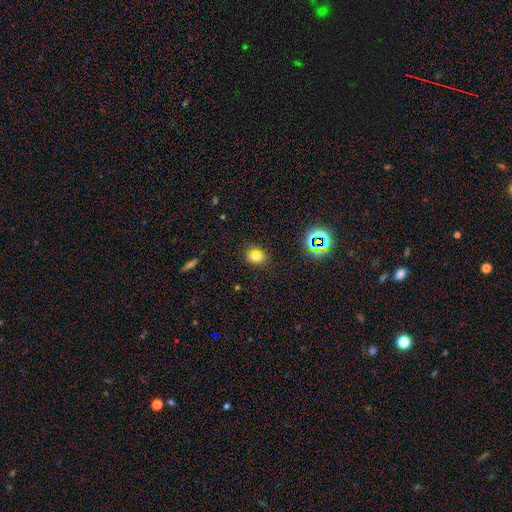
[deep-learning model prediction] smooth_or_featured: smooth (p=0.70) [alt: star or artifact p=0.20]
how_rounded: in between (p=0.59) [alt: round p=0.40]
merging: none (p=0.79) [alt: minor disturbance p=0.15]